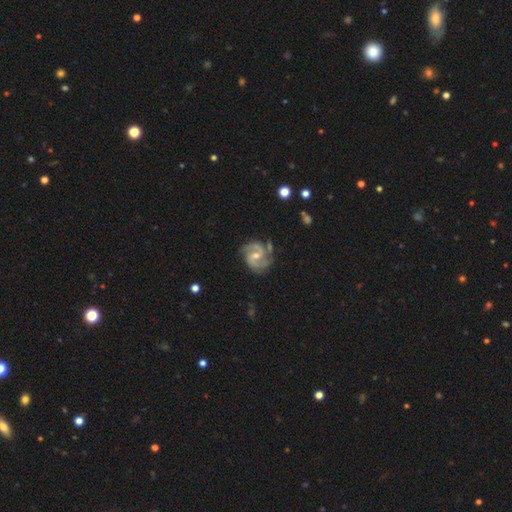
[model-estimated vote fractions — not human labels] Smooth or featured? Predicted: featured or disk (p=0.88). Edge-on disk? Predicted: no (p=0.98). Bar? Predicted: no (p=0.45). Spiral arms? Predicted: yes (p=0.97). Spiral winding? Predicted: medium (p=0.50). Spiral arm count? Predicted: 2 (p=0.61). Bulge size? Predicted: moderate (p=0.50). Merging? Predicted: none (p=0.73).